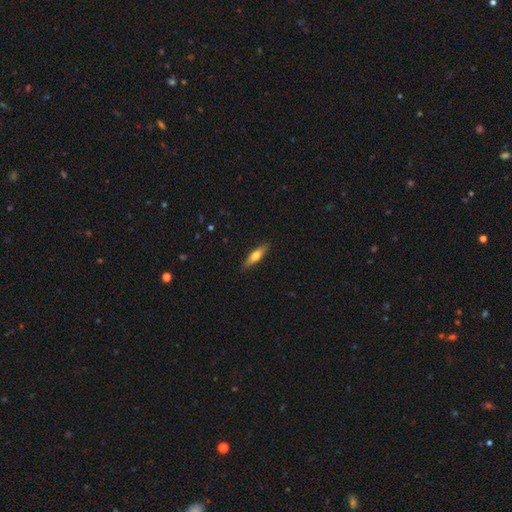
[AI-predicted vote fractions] Morphology: type=smooth (60%); roundness=cigar-shaped (63%); merging=none (89%).